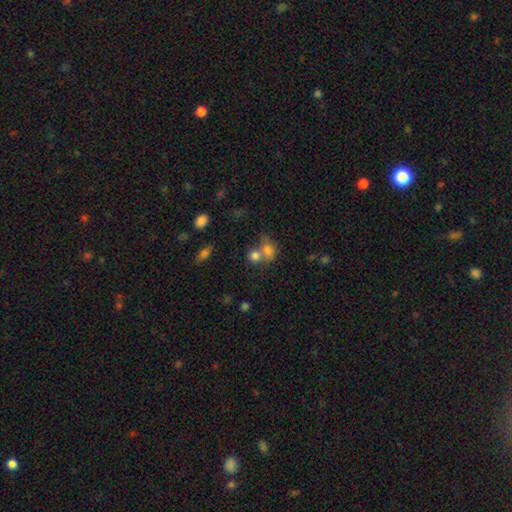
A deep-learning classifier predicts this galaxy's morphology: type=smooth (76%); roundness=round (64%); merging=merger (56%).